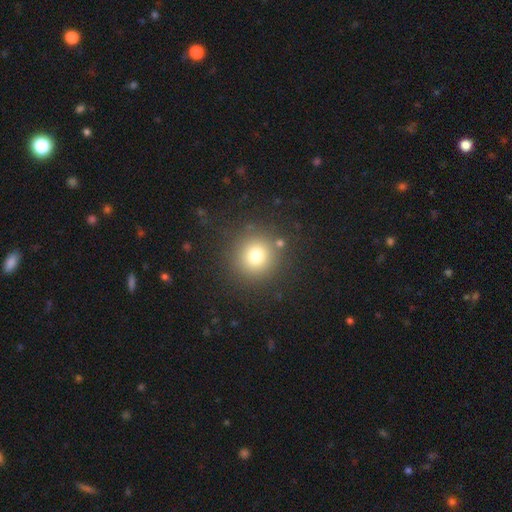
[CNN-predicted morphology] Smooth or featured?
  - smooth: 75% *
  - star or artifact: 15%
  - featured or disk: 9%
How rounded?
  - round: 94% *
  - in between: 5%
  - cigar-shaped: 1%
Merging?
  - none: 86% *
  - minor disturbance: 7%
  - major disturbance: 4%
  - merger: 3%